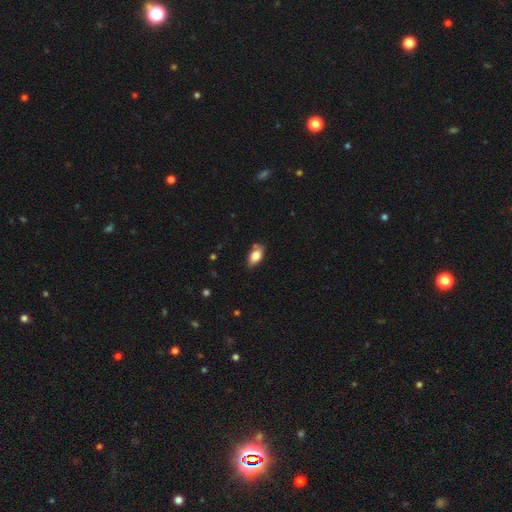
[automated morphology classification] This is clearly a smooth galaxy (82%). How rounded: clearly in between (91%). Merging: likely none (74%).